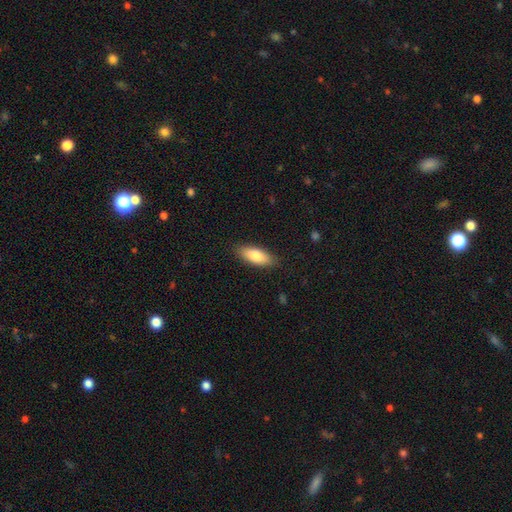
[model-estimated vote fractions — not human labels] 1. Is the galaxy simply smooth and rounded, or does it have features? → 80% smooth, 14% featured or disk, 6% star or artifact.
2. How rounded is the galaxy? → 74% in between, 23% cigar-shaped, 2% round.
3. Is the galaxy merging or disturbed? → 87% none, 10% minor disturbance, 2% major disturbance, 1% merger.